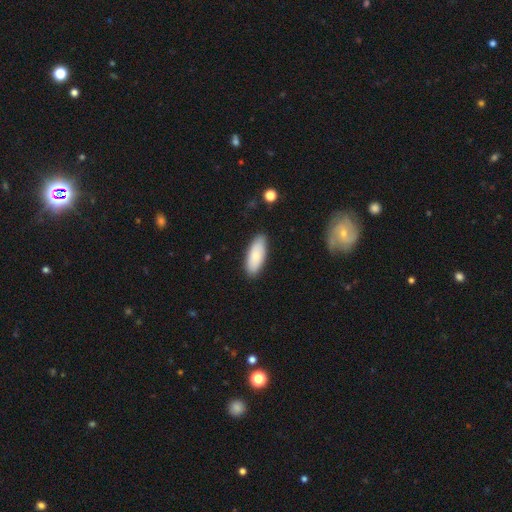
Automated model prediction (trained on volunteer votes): Overall: smooth (82%). How rounded: in between (80%). Merging: none (87%).